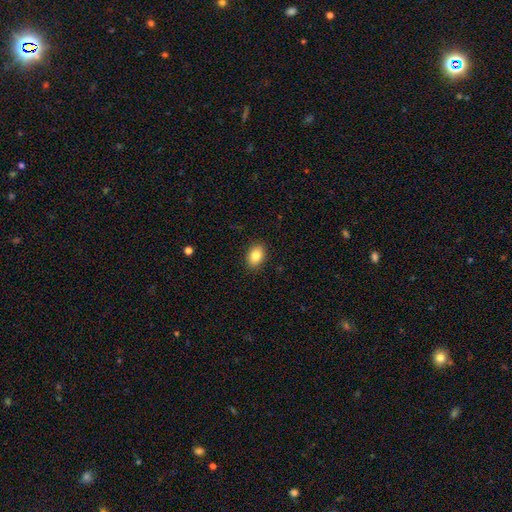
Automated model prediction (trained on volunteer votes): This is clearly a smooth galaxy (85%). How rounded: clearly in between (81%). Merging: clearly none (89%).